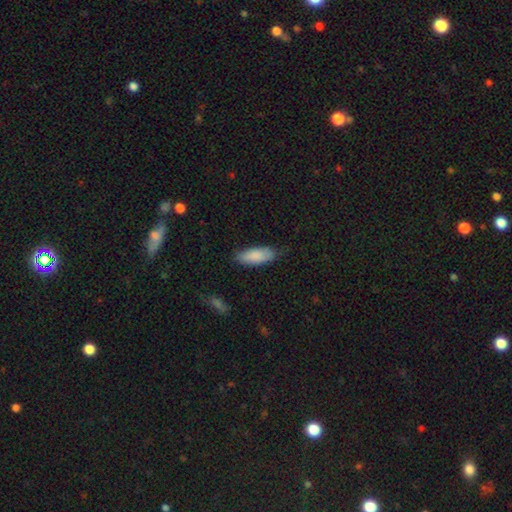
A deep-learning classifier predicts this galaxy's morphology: Smooth or featured? smooth (87%)
How rounded? in between (75%)
Merging? none (74%)